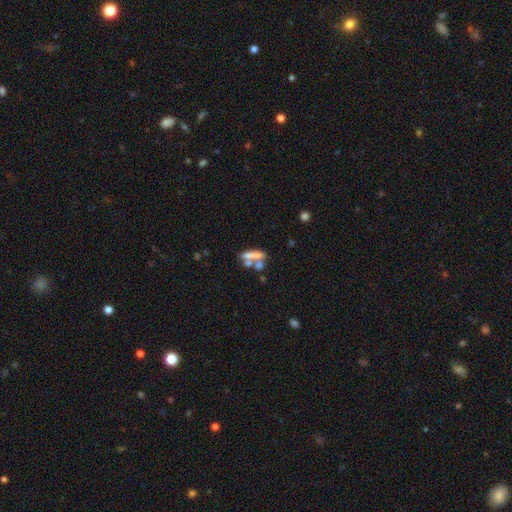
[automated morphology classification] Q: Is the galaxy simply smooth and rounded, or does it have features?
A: smooth — 57%.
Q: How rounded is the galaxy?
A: cigar-shaped — 56%.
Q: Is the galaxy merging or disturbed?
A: none — 41%.